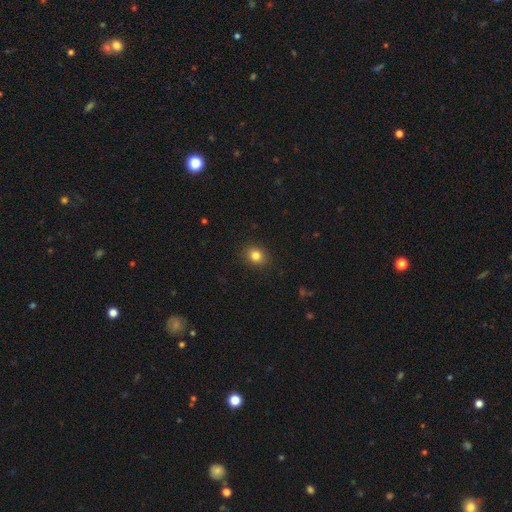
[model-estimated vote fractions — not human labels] smooth_or_featured: smooth (p=0.82) [alt: star or artifact p=0.11]
how_rounded: round (p=0.62) [alt: in between p=0.37]
merging: none (p=0.89) [alt: minor disturbance p=0.08]